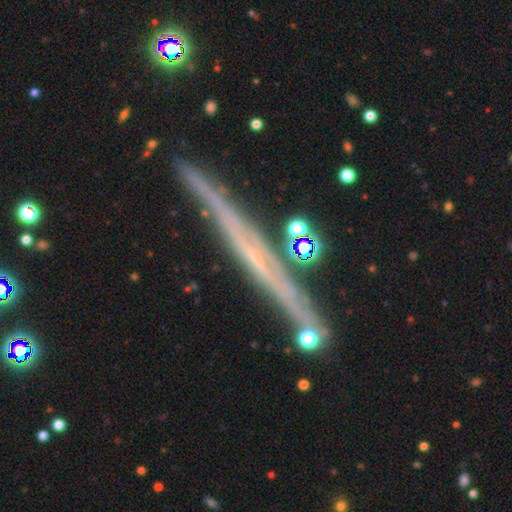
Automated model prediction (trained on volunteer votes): This is likely a featured or disk galaxy (70%). It is clearly viewed edge-on (96%). Edge-on bulge: likely none (79%). Merging: clearly none (83%).